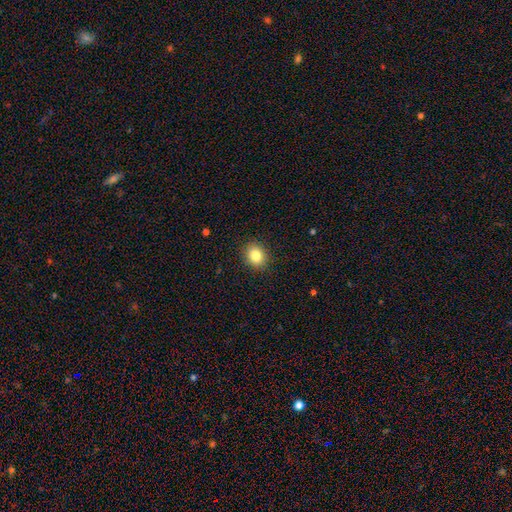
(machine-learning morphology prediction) This appears to be a smooth galaxy with no disk features (83%) that is round (63%). Merging: none (90%).